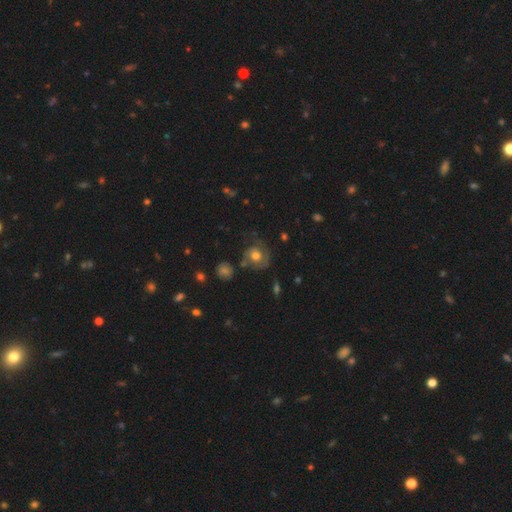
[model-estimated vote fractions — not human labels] A featured or disk galaxy (50%). Merging: none (53%).